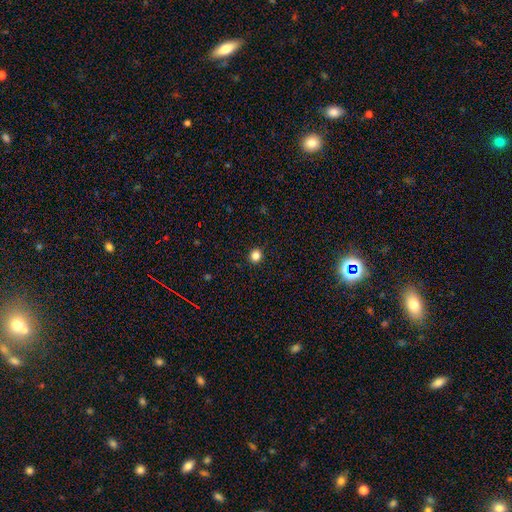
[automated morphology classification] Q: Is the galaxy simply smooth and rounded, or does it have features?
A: smooth — 84%.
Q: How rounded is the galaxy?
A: round — 91%.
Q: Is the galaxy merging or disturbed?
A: none — 93%.